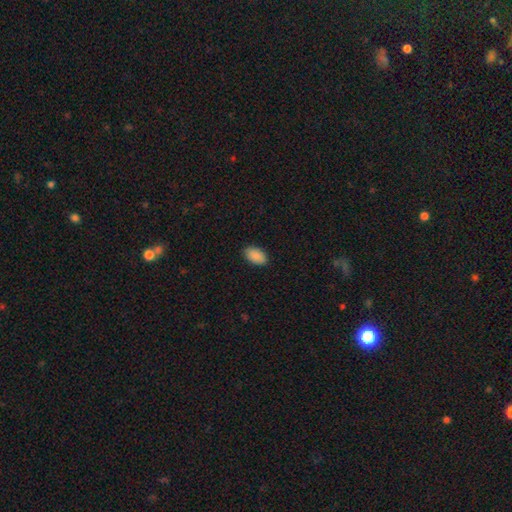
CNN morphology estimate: A smooth galaxy with no disk features (90%) that is in between round and cigar-shaped (93%).

Vote fractions:
- Smooth or featured? smooth: 90% / star or artifact: 7% / featured or disk: 3%
- How rounded? in between: 93% / round: 6% / cigar-shaped: 1%
- Merging? none: 88% / minor disturbance: 9% / major disturbance: 2% / merger: 1%